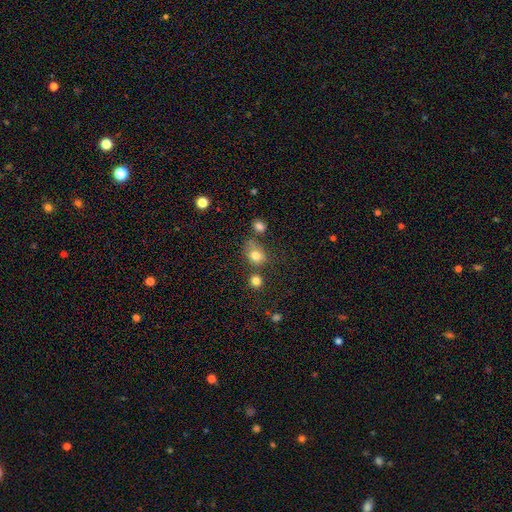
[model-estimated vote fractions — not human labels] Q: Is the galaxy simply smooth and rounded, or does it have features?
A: smooth — 78%.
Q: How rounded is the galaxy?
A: round — 54%.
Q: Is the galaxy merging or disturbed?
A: none — 49%.